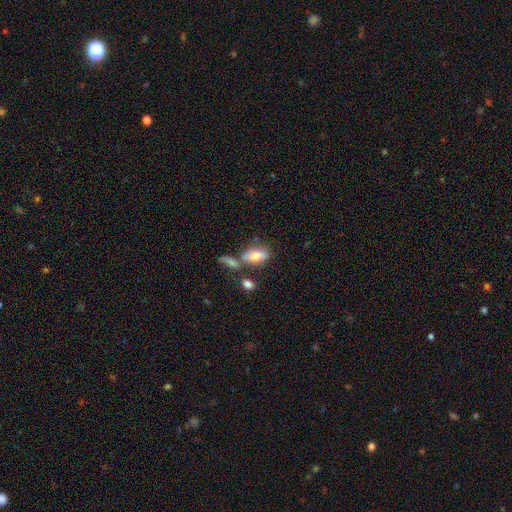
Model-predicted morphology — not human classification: Overall: smooth (70%). How rounded: in between (87%). Merging: none (45%; merger 30%).